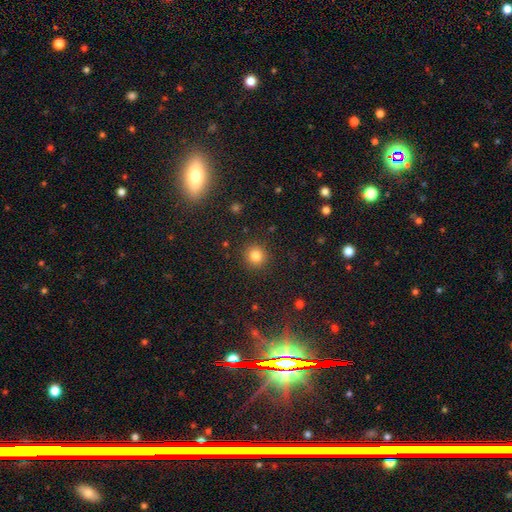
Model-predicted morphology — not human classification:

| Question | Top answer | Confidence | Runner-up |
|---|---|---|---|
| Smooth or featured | smooth | 82% | star or artifact (13%) |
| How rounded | round | 93% | in between (6%) |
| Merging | none | 90% | minor disturbance (6%) |